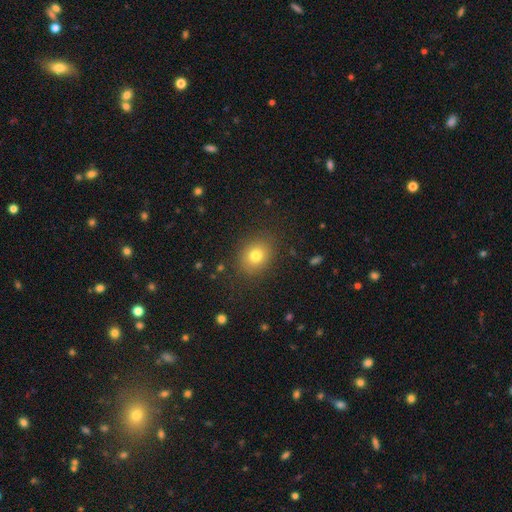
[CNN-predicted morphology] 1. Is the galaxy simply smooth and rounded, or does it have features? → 78% smooth, 12% star or artifact, 10% featured or disk.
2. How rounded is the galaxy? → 59% round, 40% in between, 1% cigar-shaped.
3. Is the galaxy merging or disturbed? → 85% none, 10% minor disturbance, 4% major disturbance, 1% merger.